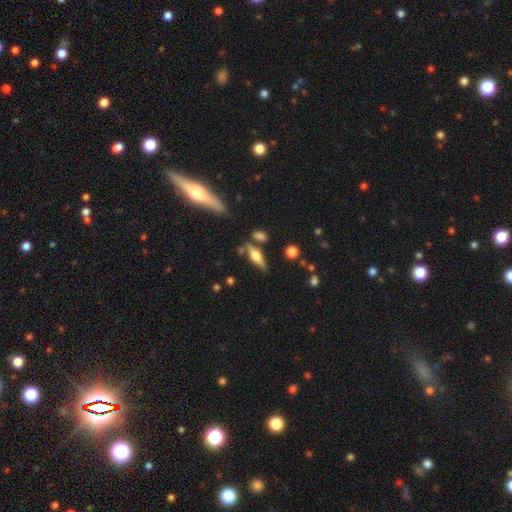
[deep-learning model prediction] smooth_or_featured: featured or disk (p=0.58) [alt: smooth p=0.34]
disk_edge_on: yes (p=0.94) [alt: no p=0.06]
edge_on_bulge: rounded (p=0.92) [alt: boxy p=0.06]
merging: none (p=0.72) [alt: minor disturbance p=0.13]